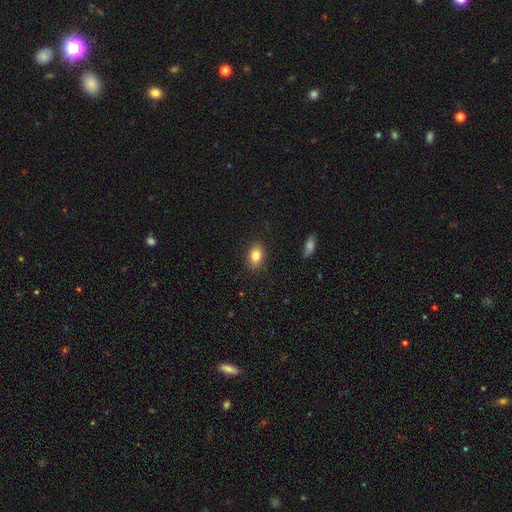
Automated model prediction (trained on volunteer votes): Smooth or featured? smooth (84%)
How rounded? in between (79%)
Merging? none (87%)